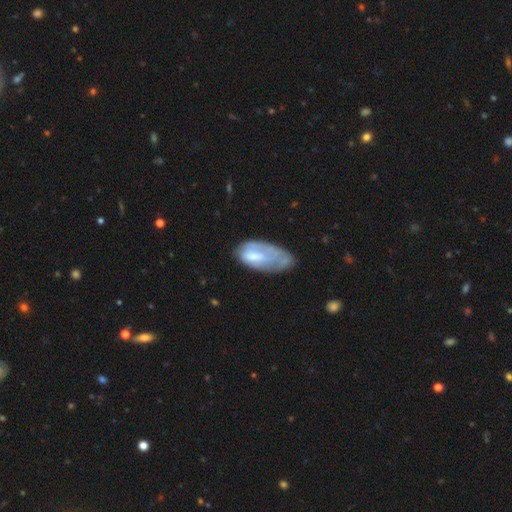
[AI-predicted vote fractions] smooth_or_featured: smooth (p=0.54) [alt: featured or disk p=0.39]
how_rounded: in between (p=0.89) [alt: cigar-shaped p=0.09]
merging: minor disturbance (p=0.34) [alt: none p=0.32]